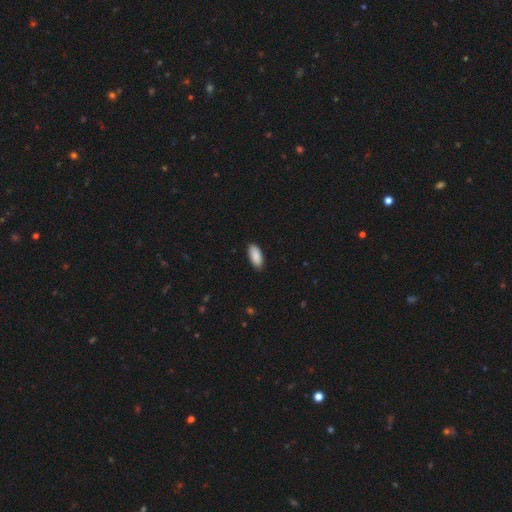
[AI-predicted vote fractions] smooth 90%, star or artifact 6%, featured or disk 4%. Down the decision tree: how rounded — in between (89%); merging — none (88%).